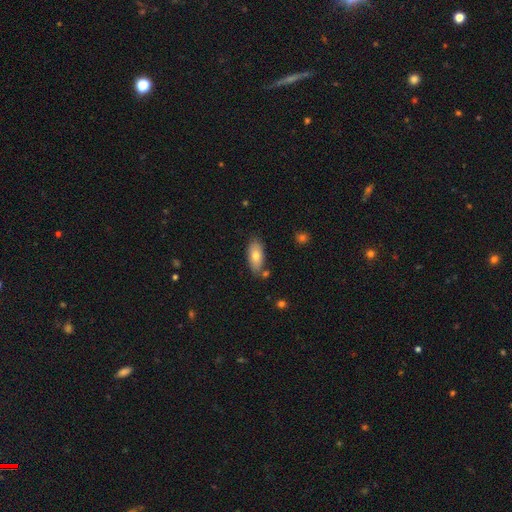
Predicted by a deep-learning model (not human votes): This is likely a smooth galaxy (75%). How rounded: clearly in between (89%). Merging: likely none (76%).